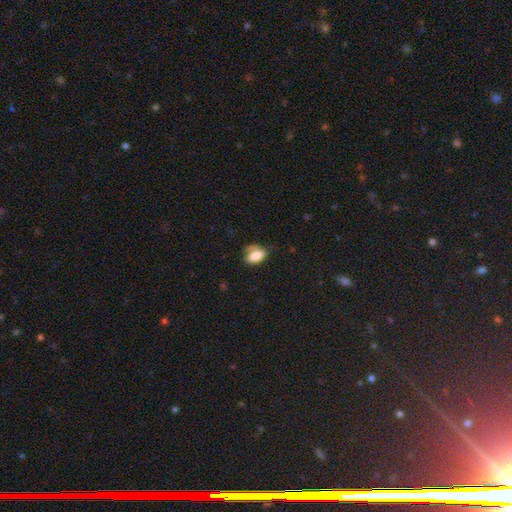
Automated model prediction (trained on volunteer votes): Smooth or featured?
  - smooth: 76% *
  - featured or disk: 16%
  - star or artifact: 8%
How rounded?
  - in between: 85% *
  - round: 12%
  - cigar-shaped: 3%
Merging?
  - none: 44% *
  - minor disturbance: 34%
  - major disturbance: 18%
  - merger: 4%